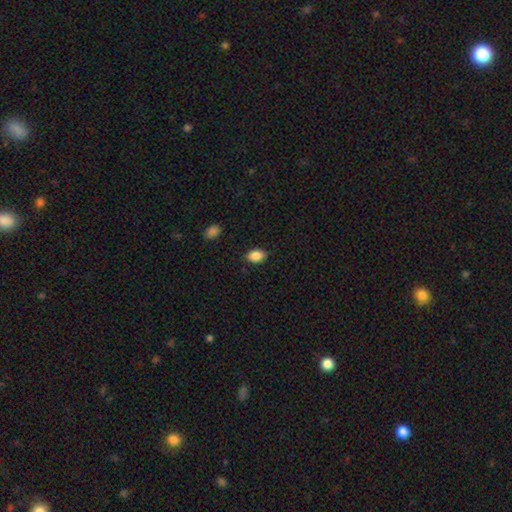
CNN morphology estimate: Smooth or featured: smooth — 87% (star or artifact — 8%)
How rounded: in between — 82% (round — 16%)
Merging: none — 86% (minor disturbance — 11%)